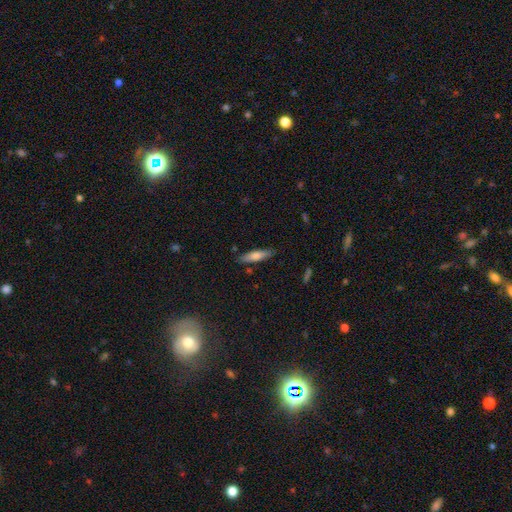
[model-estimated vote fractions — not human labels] Smooth or featured: smooth — 66% (featured or disk — 28%)
How rounded: cigar-shaped — 78% (in between — 21%)
Merging: none — 86% (minor disturbance — 10%)